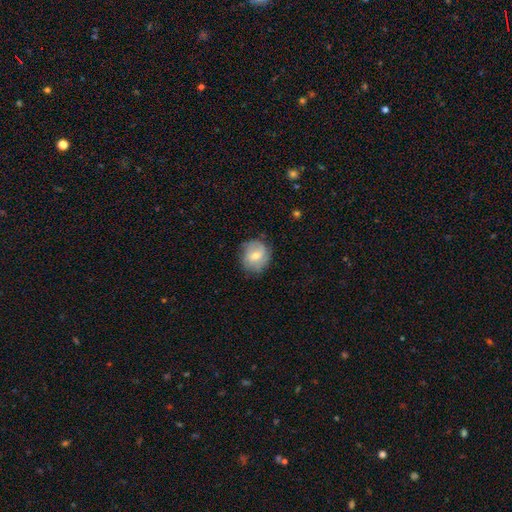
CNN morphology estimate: A smooth galaxy with no disk features (55%) that is round (78%).

Vote fractions:
- Smooth or featured? smooth: 55% / featured or disk: 37% / star or artifact: 7%
- How rounded? round: 78% / in between: 21% / cigar-shaped: 1%
- Merging? none: 73% / minor disturbance: 20% / major disturbance: 5% / merger: 1%